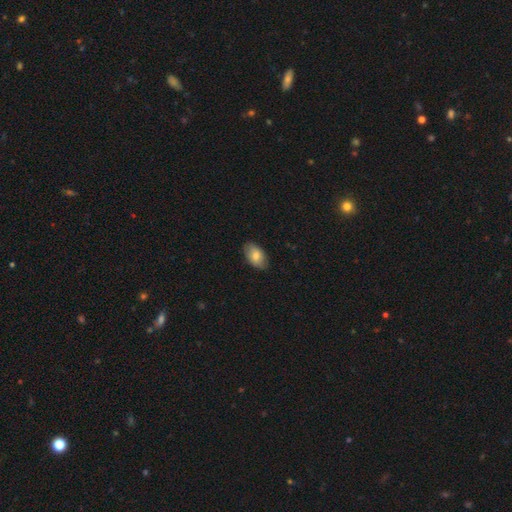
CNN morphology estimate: Smooth or featured? smooth (74%)
How rounded? in between (93%)
Merging? none (84%)